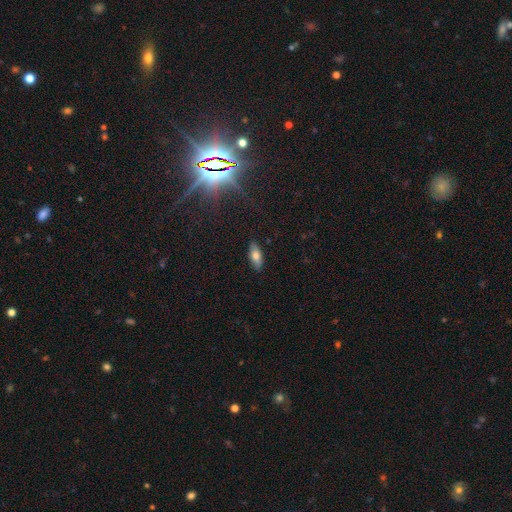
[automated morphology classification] This is likely a smooth galaxy (69%). How rounded: likely in between (74%). Merging: clearly none (88%).